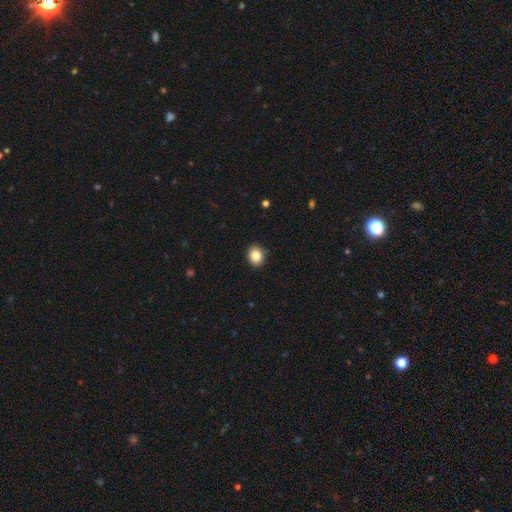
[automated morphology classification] Smooth or featured?
  - smooth: 85% *
  - star or artifact: 10%
  - featured or disk: 6%
How rounded?
  - round: 61% *
  - in between: 38%
  - cigar-shaped: 1%
Merging?
  - none: 89% *
  - minor disturbance: 8%
  - major disturbance: 2%
  - merger: 1%